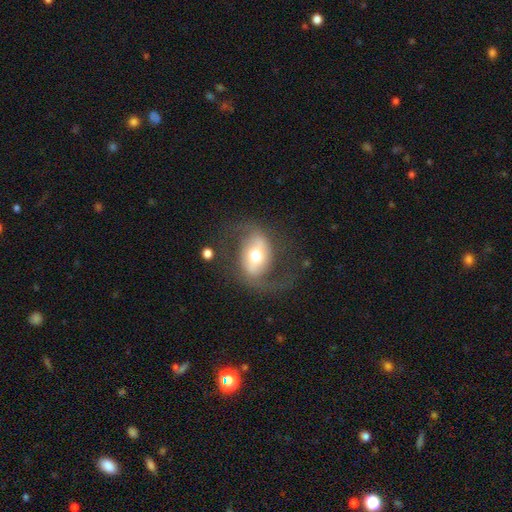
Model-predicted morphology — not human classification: smooth_or_featured: featured or disk (p=0.69) [alt: smooth p=0.24]
disk_edge_on: no (p=0.95) [alt: yes p=0.05]
bar: strong (p=0.39) [alt: weak p=0.33]
has_spiral_arms: yes (p=0.76) [alt: no p=0.24]
spiral_winding: loose (p=0.45) [alt: medium p=0.42]
spiral_arm_count: 2 (p=0.86) [alt: can't tell p=0.06]
bulge_size: moderate (p=0.69) [alt: large p=0.16]
merging: none (p=0.64) [alt: major disturbance p=0.18]